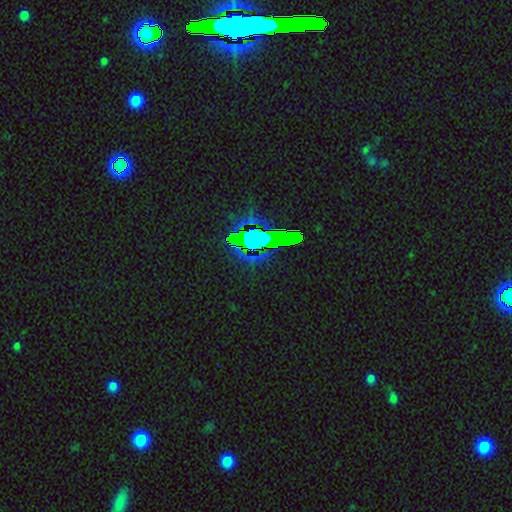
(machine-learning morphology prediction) The model was most divided on "smooth or featured": star or artifact: 80%, smooth: 11%, featured or disk: 9%.